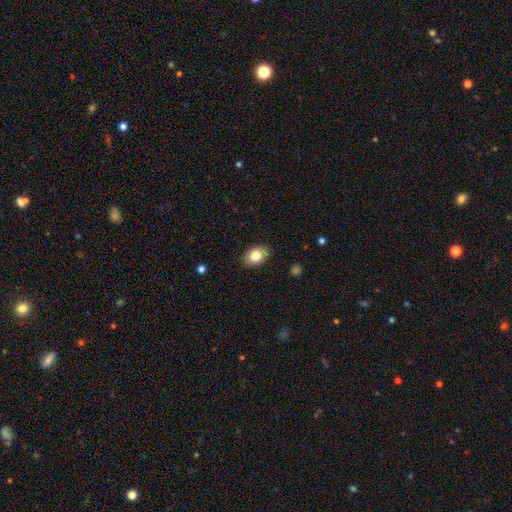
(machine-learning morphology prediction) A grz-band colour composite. It shows a smooth galaxy with no disk features (82%) that is in between round and cigar-shaped (81%). Merging: none (87%).